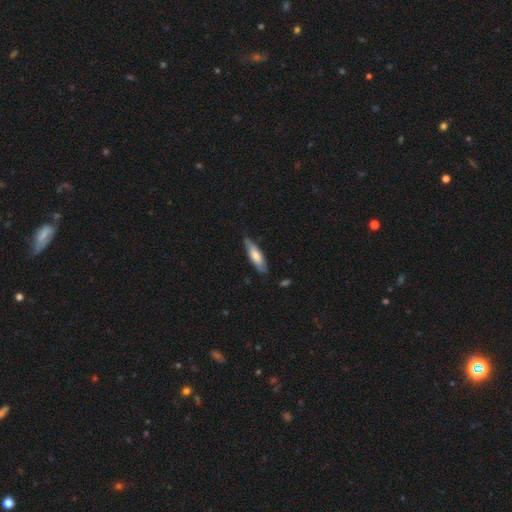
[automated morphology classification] smooth 67%, featured or disk 28%, star or artifact 5%. Down the decision tree: how rounded — cigar-shaped (56%); merging — none (76%).